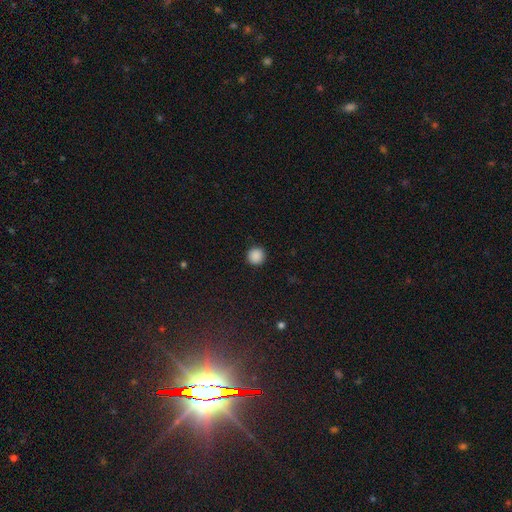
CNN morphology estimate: Smooth or featured?
  - smooth: 88% *
  - star or artifact: 10%
  - featured or disk: 2%
How rounded?
  - round: 95% *
  - in between: 4%
  - cigar-shaped: 1%
Merging?
  - none: 93% *
  - minor disturbance: 5%
  - major disturbance: 2%
  - merger: 1%